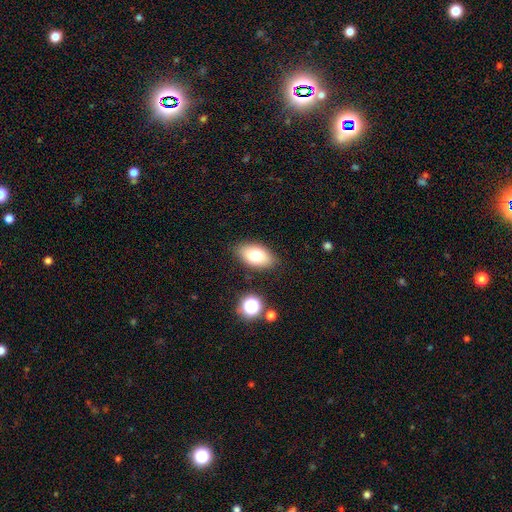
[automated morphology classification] A smooth galaxy with no disk features (76%) that is in between round and cigar-shaped (91%). Merging: none (85%).